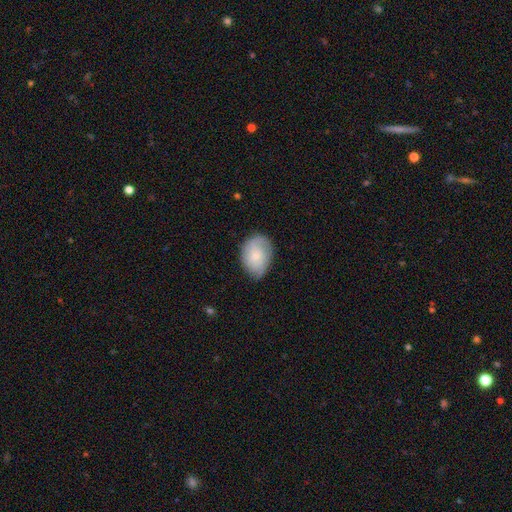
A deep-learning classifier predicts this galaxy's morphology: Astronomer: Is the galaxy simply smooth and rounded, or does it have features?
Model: smooth — 59%.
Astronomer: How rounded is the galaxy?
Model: in between — 75%.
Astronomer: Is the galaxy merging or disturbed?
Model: none — 67%.